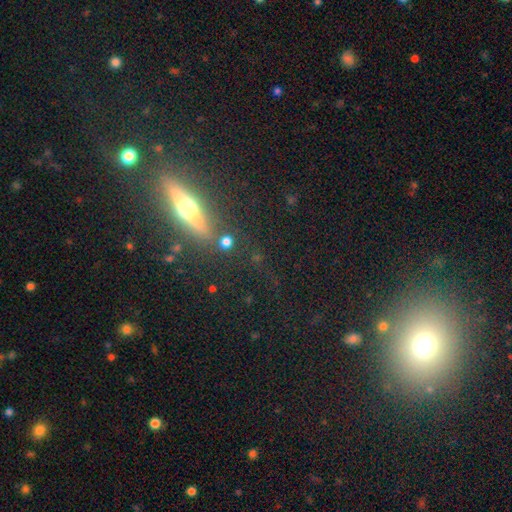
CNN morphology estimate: This appears to be a featured or disk galaxy (53%) viewed edge-on (87%). Merging: none (83%).